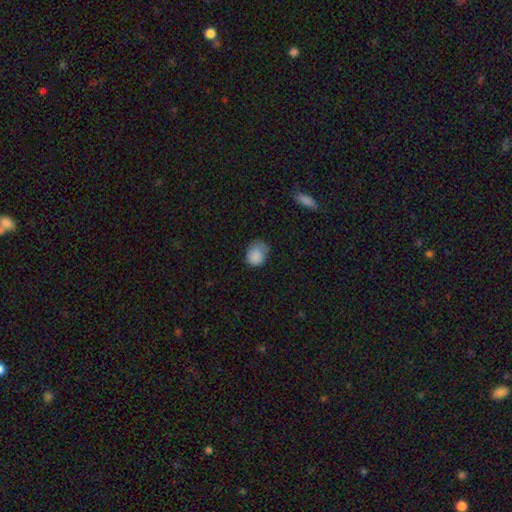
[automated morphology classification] Smooth or featured? smooth (85%)
How rounded? round (59%)
Merging? none (46%)